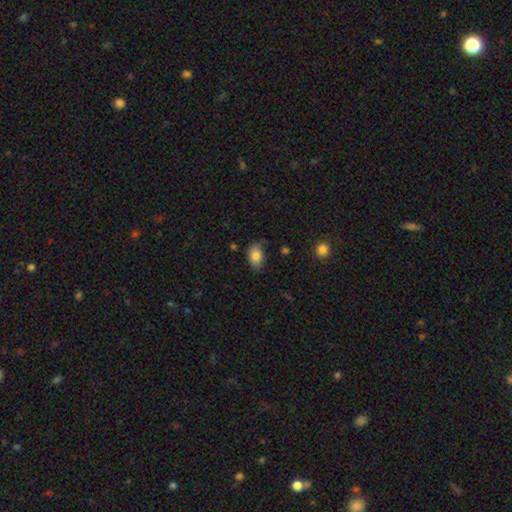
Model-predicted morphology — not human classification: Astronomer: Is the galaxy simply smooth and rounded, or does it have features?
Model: smooth — 83%.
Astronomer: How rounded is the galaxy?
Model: in between — 89%.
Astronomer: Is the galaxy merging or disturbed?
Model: none — 77%.